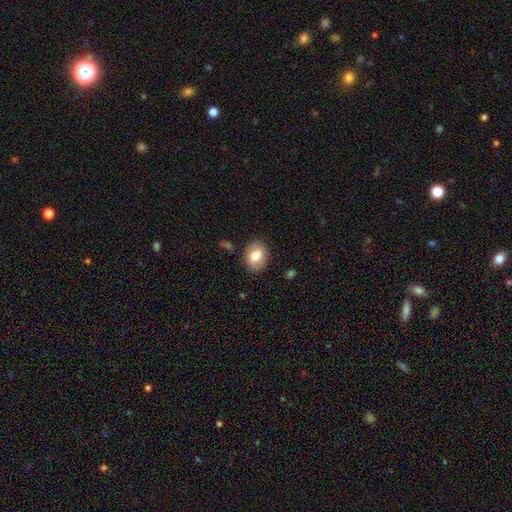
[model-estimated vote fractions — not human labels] Morphology: type=smooth (80%); roundness=in between (66%); merging=none (87%).